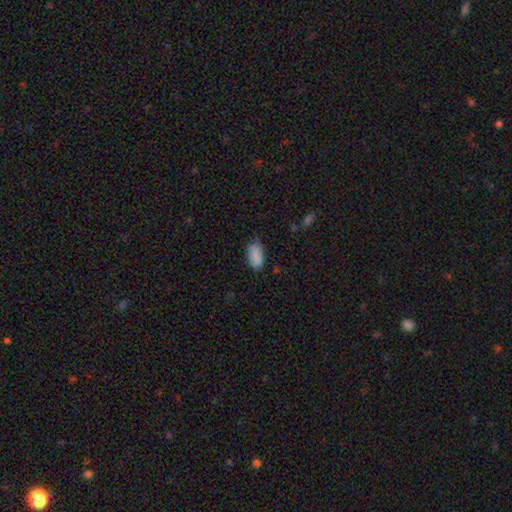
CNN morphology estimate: A smooth galaxy with no disk features (84%) that is in between round and cigar-shaped (91%). Merging: none (63%).